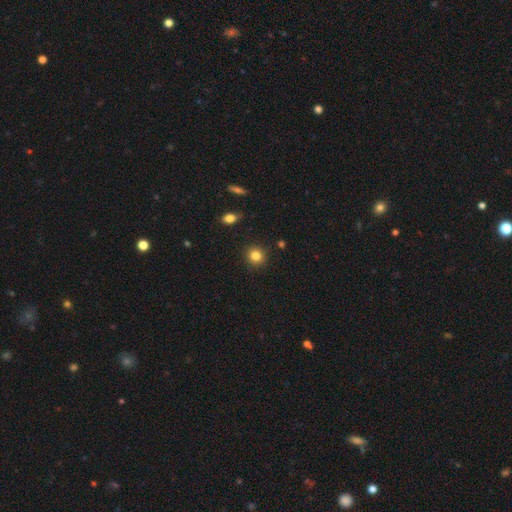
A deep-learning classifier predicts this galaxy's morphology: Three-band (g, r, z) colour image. It shows a smooth galaxy with no disk features (83%) that is round (91%). Merging: none (90%).